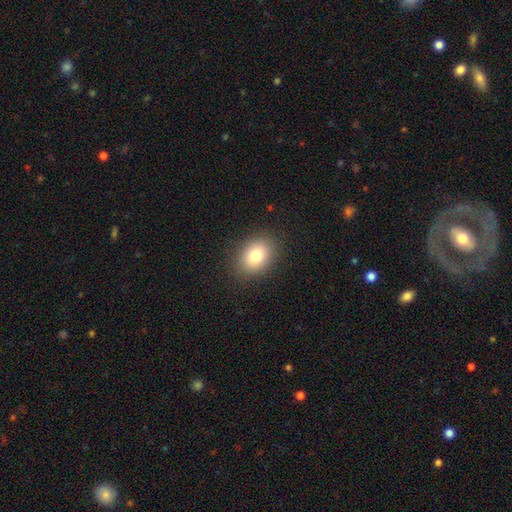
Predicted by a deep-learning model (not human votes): A smooth galaxy with no disk features (80%) that is in between round and cigar-shaped (65%).

Vote fractions:
- Smooth or featured? smooth: 80% / star or artifact: 10% / featured or disk: 10%
- How rounded? in between: 65% / round: 34% / cigar-shaped: 1%
- Merging? none: 87% / minor disturbance: 9% / major disturbance: 3% / merger: 1%